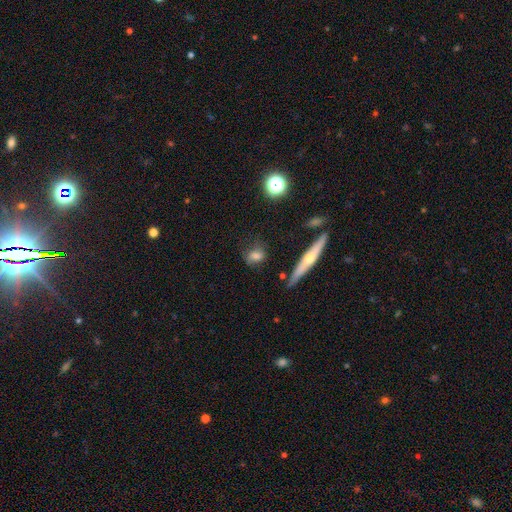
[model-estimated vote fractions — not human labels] Morphology: type=smooth (70%); roundness=in between (48%); merging=none (68%).